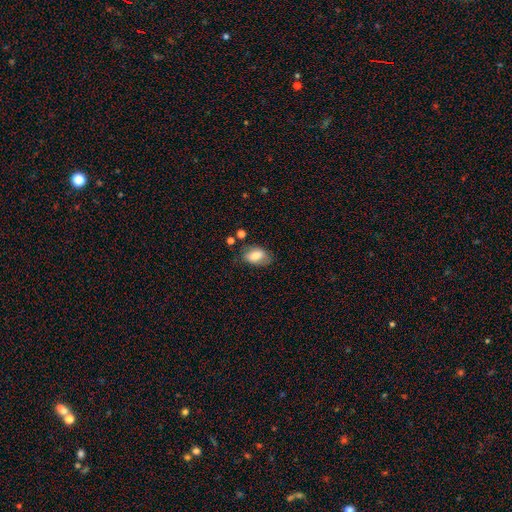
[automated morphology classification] The model was most divided on "merging": none: 66%, minor disturbance: 23%, major disturbance: 7%, merger: 4%. More confident: how rounded — in between (89%); smooth or featured — smooth (78%).